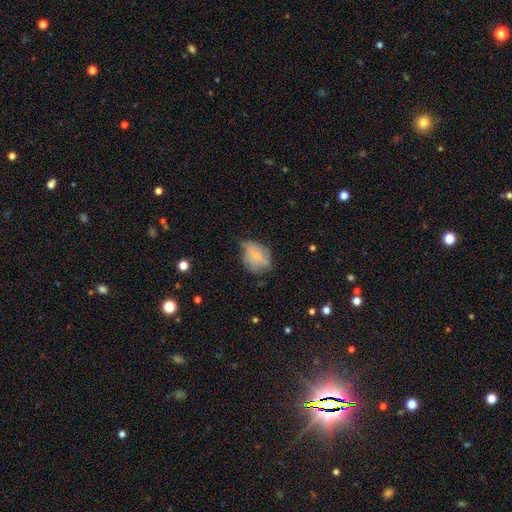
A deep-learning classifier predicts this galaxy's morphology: Overall: smooth (60%; featured or disk 31%). How rounded: in between (59%; round 40%). Merging: minor disturbance (42%; none 38%).